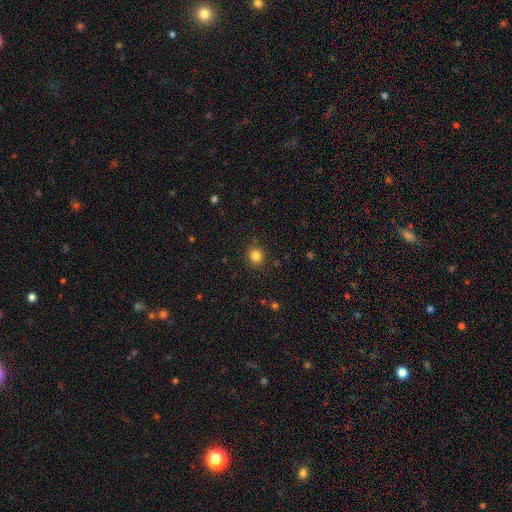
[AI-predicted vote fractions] Smooth or featured? Predicted: smooth (p=0.83). How rounded? Predicted: round (p=0.87). Merging? Predicted: none (p=0.89).